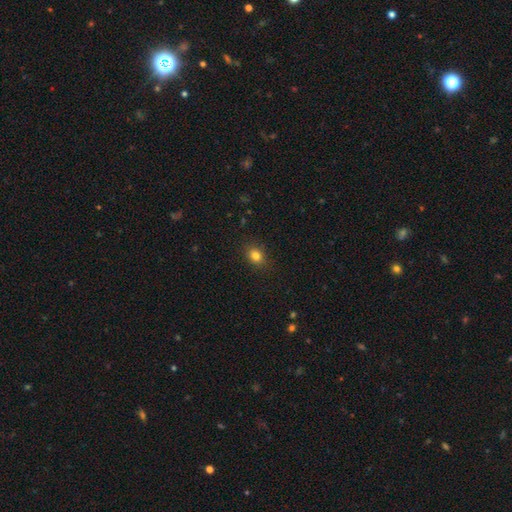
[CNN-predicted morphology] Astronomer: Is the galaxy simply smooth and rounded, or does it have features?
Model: smooth — 81%.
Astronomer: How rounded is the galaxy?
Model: round — 51% (runner-up: in between, 48%).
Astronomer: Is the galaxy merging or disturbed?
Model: none — 87%.